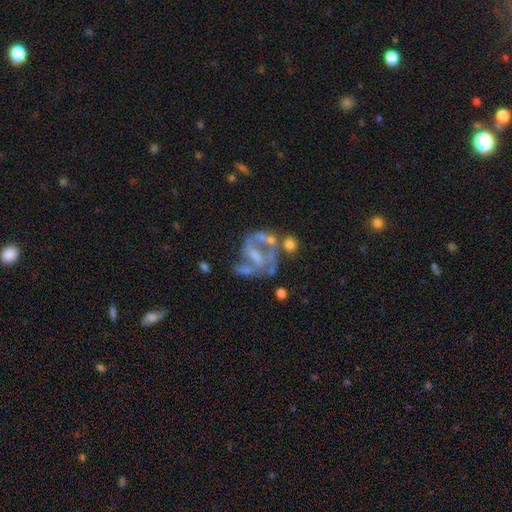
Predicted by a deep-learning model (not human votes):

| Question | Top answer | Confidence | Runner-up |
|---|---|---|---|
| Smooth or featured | featured or disk | 74% | smooth (14%) |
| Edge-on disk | no | 97% | yes (3%) |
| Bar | no | 43% | weak (35%) |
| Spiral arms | yes | 57% | no (43%) |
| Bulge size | none | 43% | small (29%) |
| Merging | none | 31% | tied: major disturbance (31%) |